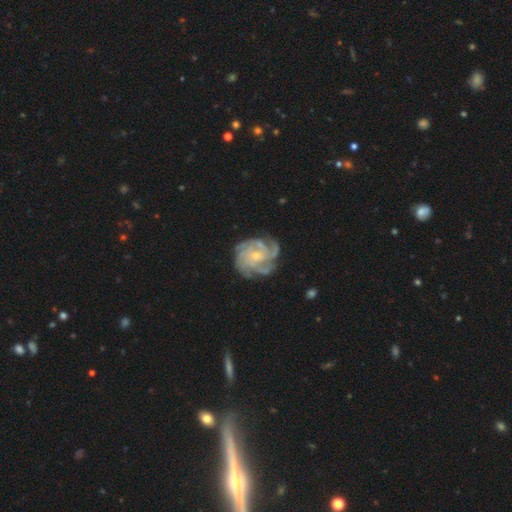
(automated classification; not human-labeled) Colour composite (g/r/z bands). It shows a featured or disk galaxy (87%) with no bar (73%), 4 (32%) tight (66%) spiral arms (97%) and a small central bulge (68%). Merging: none (76%).